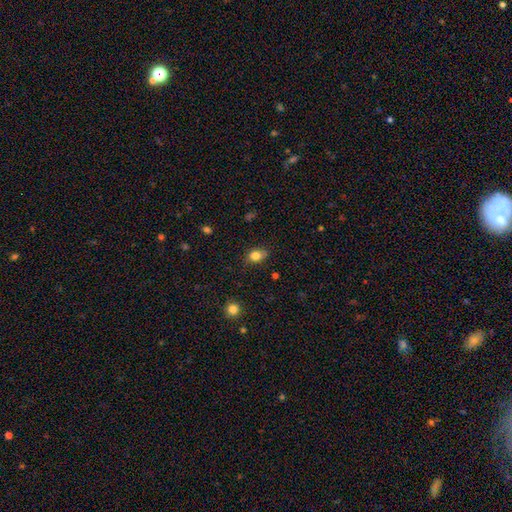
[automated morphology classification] smooth_or_featured: smooth (p=0.82) [alt: star or artifact p=0.10]
how_rounded: in between (p=0.68) [alt: round p=0.30]
merging: none (p=0.75) [alt: minor disturbance p=0.20]